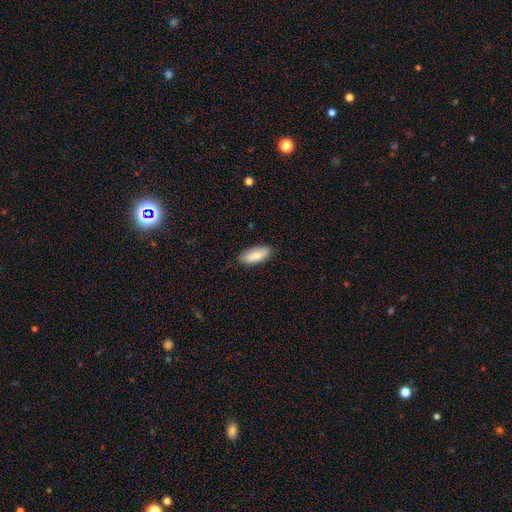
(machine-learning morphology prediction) smooth_or_featured: smooth (p=0.86) [alt: featured or disk p=0.08]
how_rounded: in between (p=0.78) [alt: cigar-shaped p=0.20]
merging: none (p=0.83) [alt: minor disturbance p=0.14]